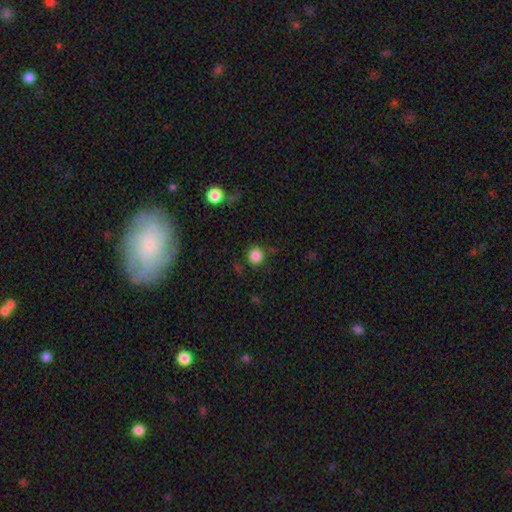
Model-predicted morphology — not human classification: This is clearly a smooth galaxy (84%). How rounded: clearly round (92%). Merging: clearly none (82%).